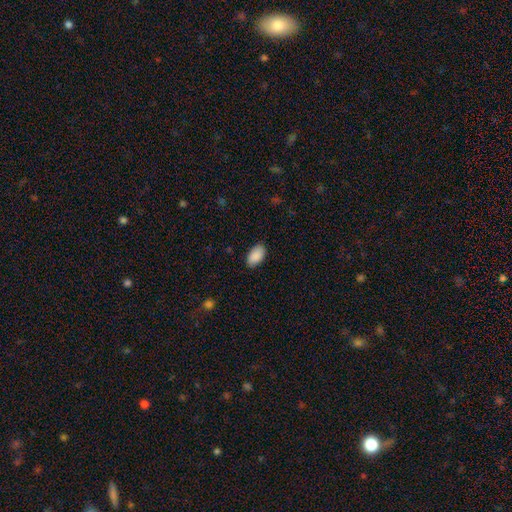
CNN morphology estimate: A smooth galaxy with no disk features (90%) that is in between round and cigar-shaped (95%).

Vote fractions:
- Smooth or featured? smooth: 90% / star or artifact: 6% / featured or disk: 4%
- How rounded? in between: 95% / round: 4% / cigar-shaped: 1%
- Merging? none: 86% / minor disturbance: 11% / major disturbance: 2% / merger: 1%